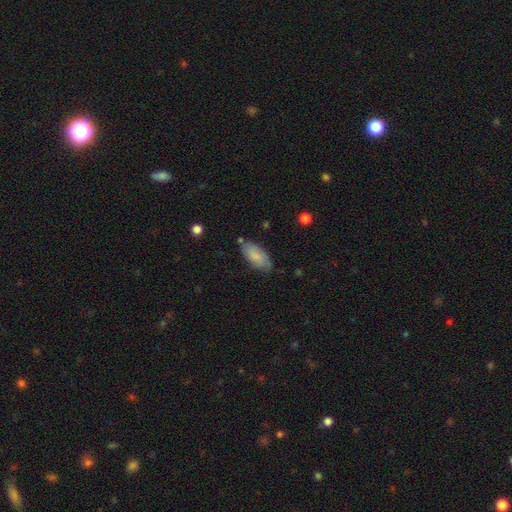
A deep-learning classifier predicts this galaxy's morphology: A smooth galaxy with no disk features (76%) that is in between round and cigar-shaped (89%). Merging: none (71%).